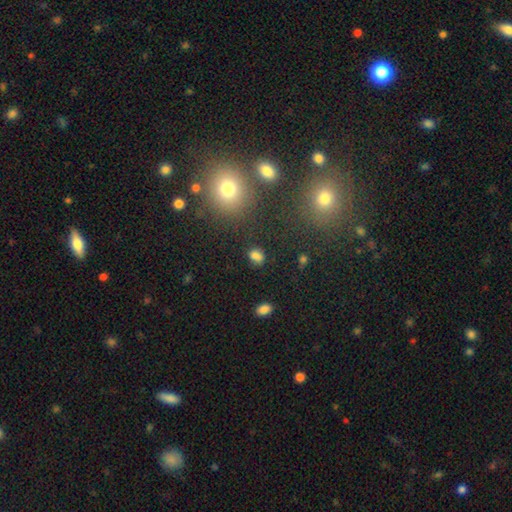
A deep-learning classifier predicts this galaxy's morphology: A smooth galaxy with no disk features (73%) that is in between round and cigar-shaped (64%). Merging: none (66%).